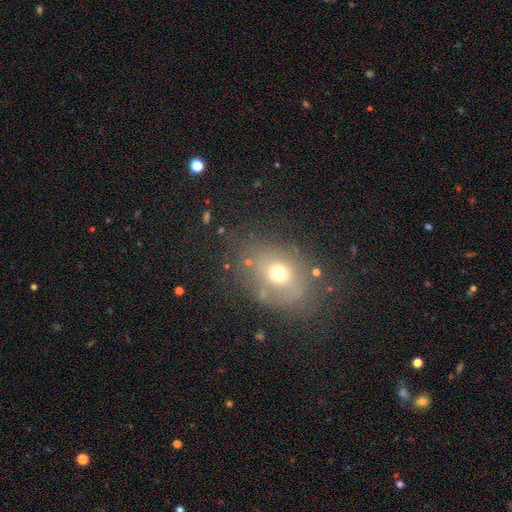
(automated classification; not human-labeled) Overall: smooth (57%; featured or disk 25%). How rounded: in between (62%; round 36%). Merging: none (70%).